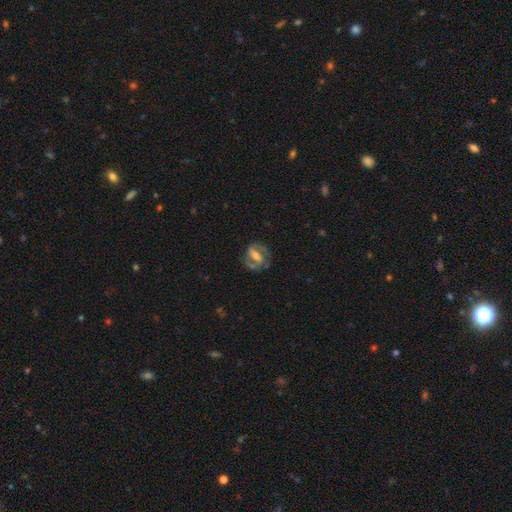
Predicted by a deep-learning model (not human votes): Smooth or featured: featured or disk — 63% (smooth — 29%)
Edge-on disk: no — 91% (yes — 9%)
Bar: strong — 51% (weak — 29%)
Spiral arms: yes — 64% (no — 36%)
Bulge size: moderate — 44% (small — 30%)
Merging: none — 59% (minor disturbance — 20%)